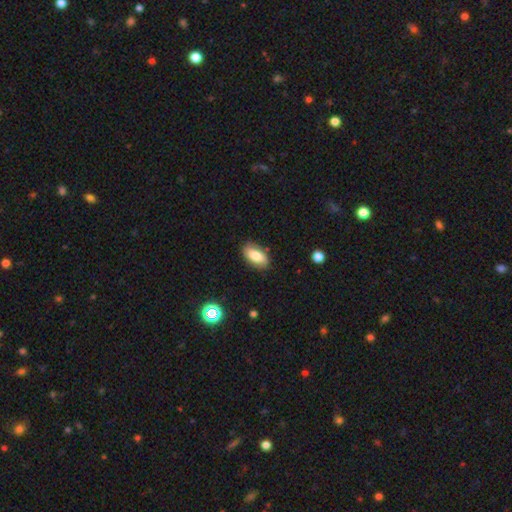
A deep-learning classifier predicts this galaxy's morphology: smooth-or-featured: smooth: 78% | featured or disk: 14% | star or artifact: 8%
  how-rounded: in between: 93% | cigar-shaped: 4% | round: 4%
  merging: none: 83% | minor disturbance: 13% | major disturbance: 3% | merger: 1%